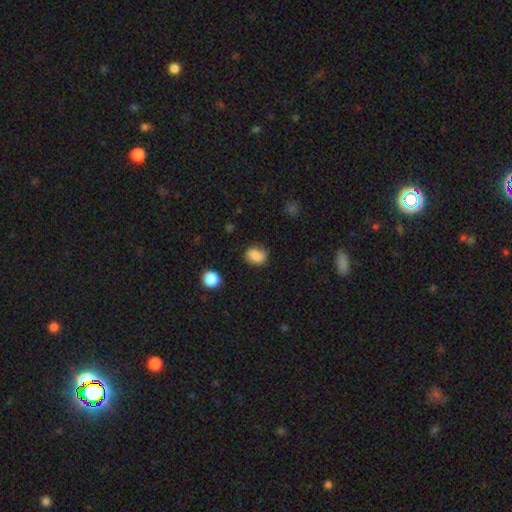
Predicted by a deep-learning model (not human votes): The model was most divided on "how rounded": in between: 59%, round: 39%, cigar-shaped: 2%. More confident: smooth or featured — smooth (82%); merging — none (73%).